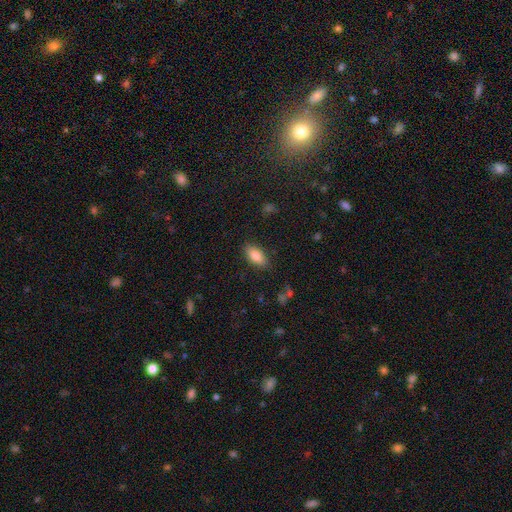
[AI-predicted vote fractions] This is clearly a smooth galaxy (84%). How rounded: clearly in between (89%). Merging: clearly none (86%).